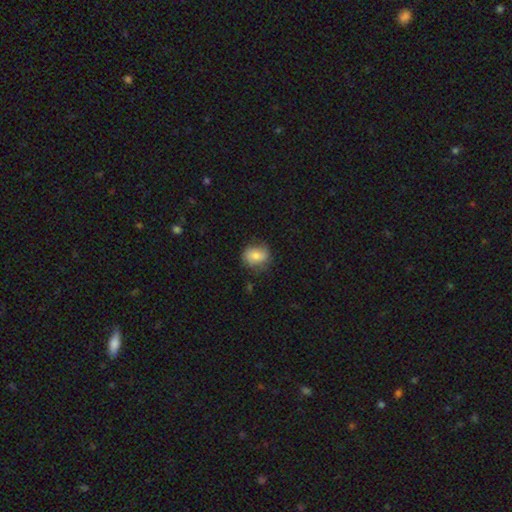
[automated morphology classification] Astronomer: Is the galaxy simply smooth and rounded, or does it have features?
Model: smooth — 76%.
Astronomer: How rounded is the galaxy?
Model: round — 55% (runner-up: in between, 44%).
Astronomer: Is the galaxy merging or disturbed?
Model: none — 70%.